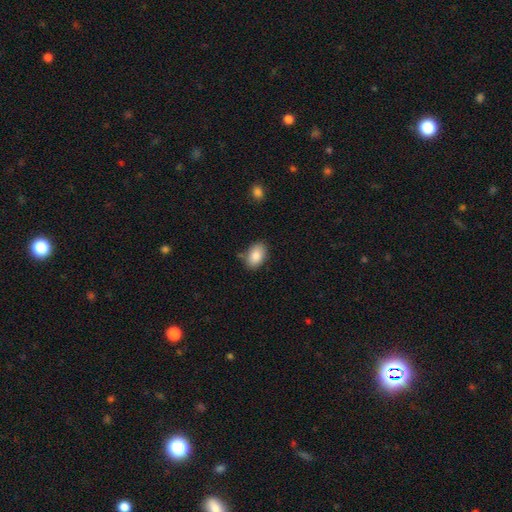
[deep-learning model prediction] A smooth galaxy with no disk features (86%) that is in between round and cigar-shaped (88%).

Vote fractions:
- Smooth or featured? smooth: 86% / star or artifact: 7% / featured or disk: 7%
- How rounded? in between: 88% / round: 11% / cigar-shaped: 1%
- Merging? none: 77% / minor disturbance: 16% / merger: 4% / major disturbance: 3%